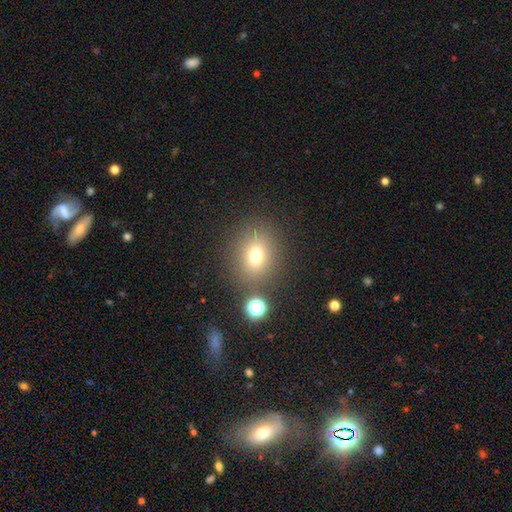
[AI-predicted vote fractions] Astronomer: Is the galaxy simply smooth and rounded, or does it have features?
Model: smooth — 71%.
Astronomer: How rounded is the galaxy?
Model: round — 63%.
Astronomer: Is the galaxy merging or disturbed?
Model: none — 80%.